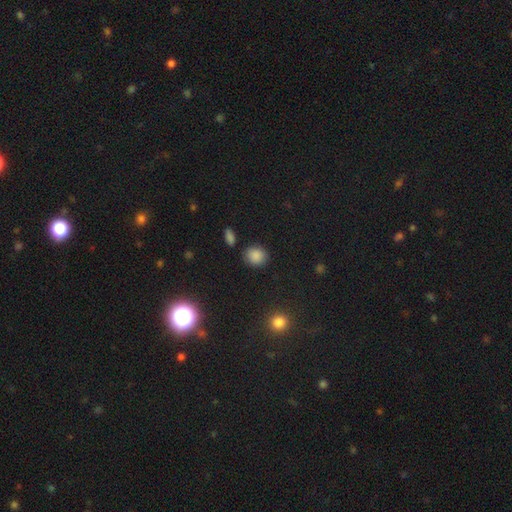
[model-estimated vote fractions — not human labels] A smooth galaxy with no disk features (84%) that is round (67%). Merging: none (84%).